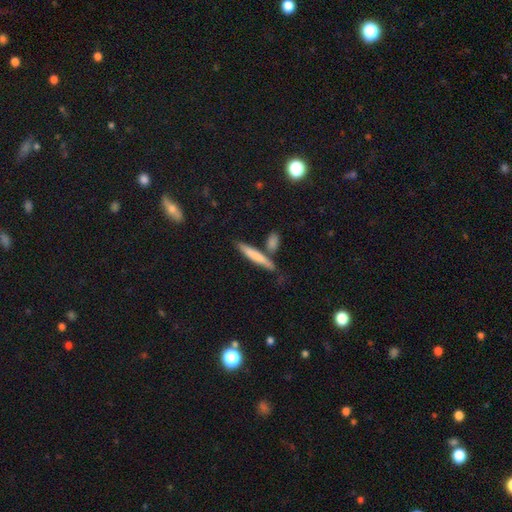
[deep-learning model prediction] smooth 71%, featured or disk 24%, star or artifact 6%. Down the decision tree: how rounded — cigar-shaped (90%); merging — none (68%).